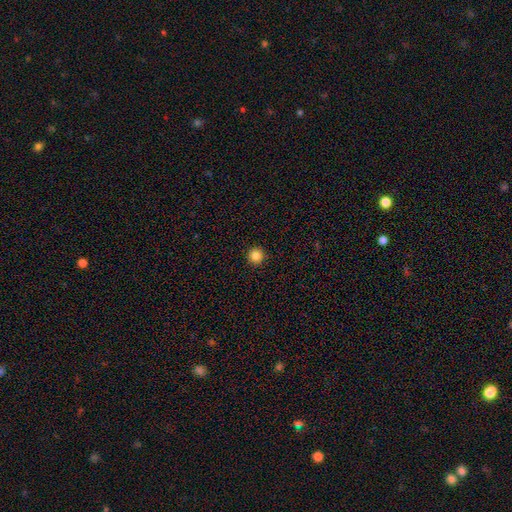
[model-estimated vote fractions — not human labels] The model was most divided on "smooth or featured": smooth: 85%, star or artifact: 11%, featured or disk: 3%. More confident: how rounded — round (96%); merging — none (93%).